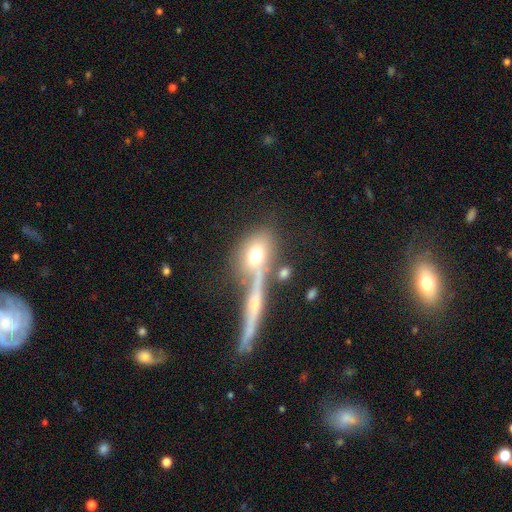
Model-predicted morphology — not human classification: This appears to be a smooth galaxy with no disk features (65%) that is in between round and cigar-shaped (54%). Merging: none (50%).